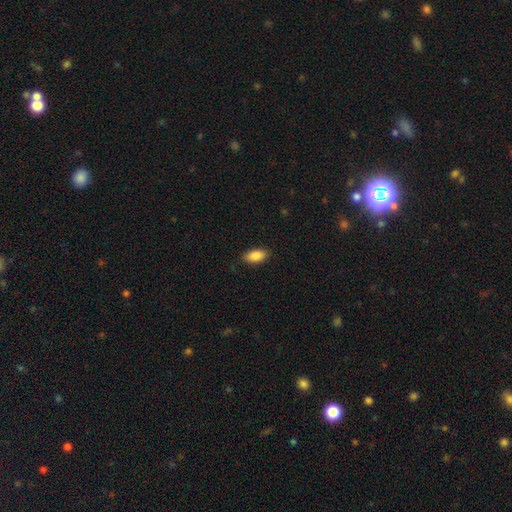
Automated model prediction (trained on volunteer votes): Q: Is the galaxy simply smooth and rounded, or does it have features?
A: smooth — 89%.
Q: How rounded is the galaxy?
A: in between — 93%.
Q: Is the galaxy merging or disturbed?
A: none — 86%.